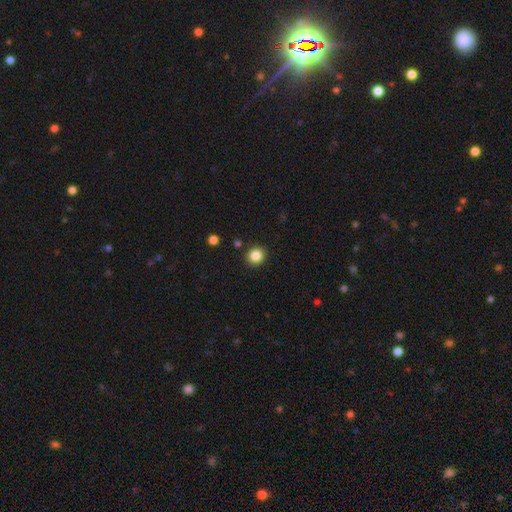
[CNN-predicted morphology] Smooth or featured?
  - smooth: 84% *
  - star or artifact: 11%
  - featured or disk: 5%
How rounded?
  - round: 90% *
  - in between: 9%
  - cigar-shaped: 1%
Merging?
  - none: 91% *
  - minor disturbance: 5%
  - merger: 2%
  - major disturbance: 2%